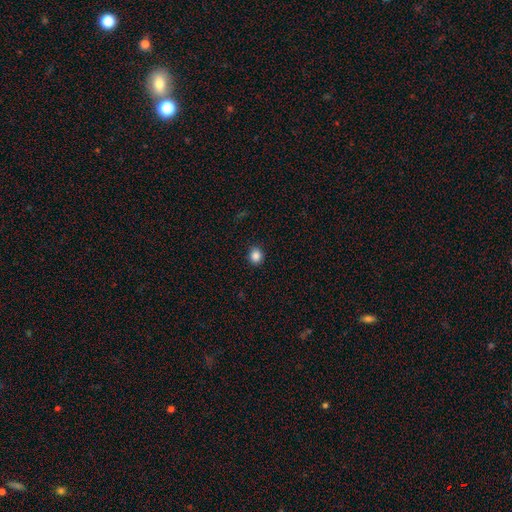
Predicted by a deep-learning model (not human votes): smooth_or_featured: smooth (p=0.86) [alt: star or artifact p=0.11]
how_rounded: round (p=0.77) [alt: in between p=0.22]
merging: none (p=0.89) [alt: minor disturbance p=0.08]